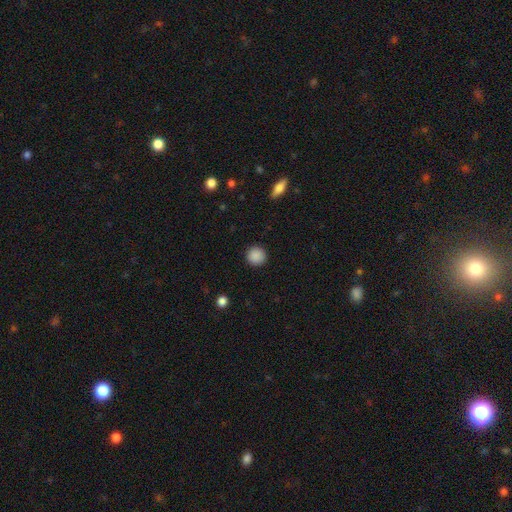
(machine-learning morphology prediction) Smooth or featured? smooth (89%)
How rounded? round (94%)
Merging? none (92%)